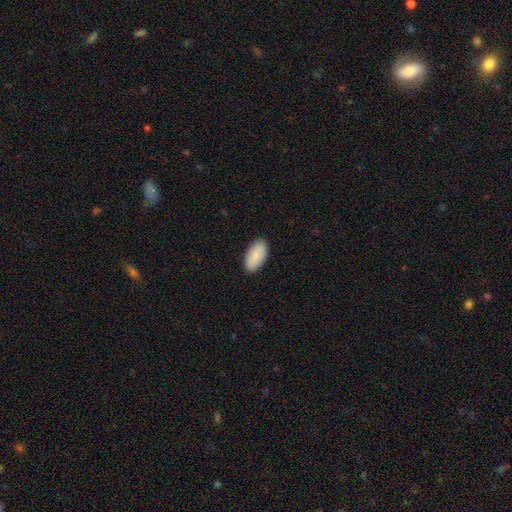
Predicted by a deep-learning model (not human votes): This is clearly a smooth galaxy (88%). How rounded: clearly in between (95%). Merging: clearly none (89%).